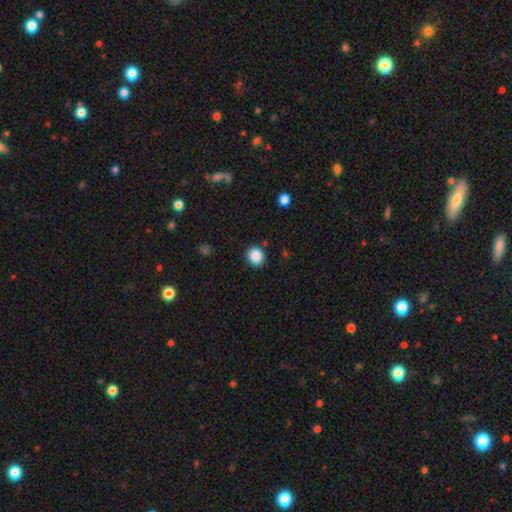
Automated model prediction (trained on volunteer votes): Morphology: type=smooth (88%); roundness=round (72%); merging=none (87%).